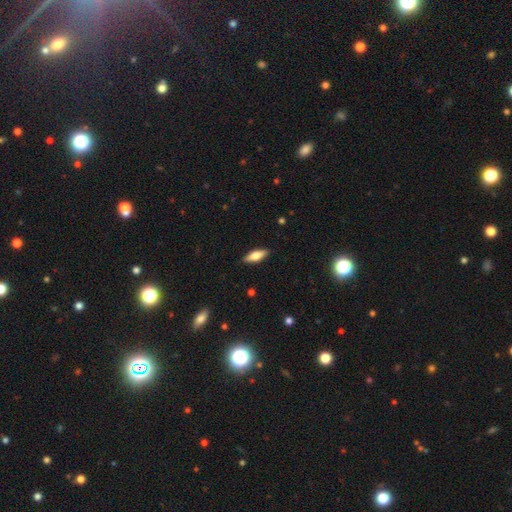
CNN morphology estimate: Smooth or featured? Predicted: smooth (p=0.62). How rounded? Predicted: in between (p=0.62). Merging? Predicted: none (p=0.89).